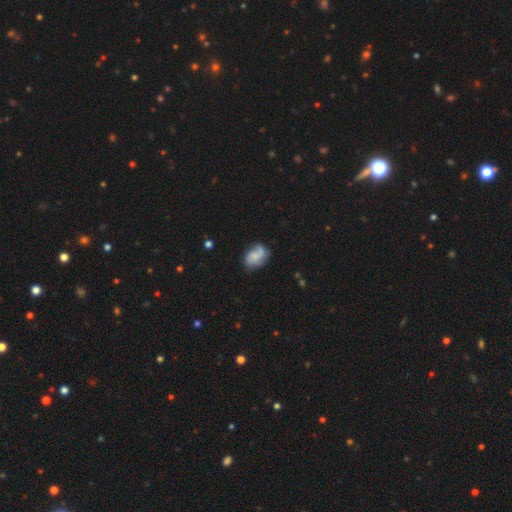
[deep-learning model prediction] smooth 46% (tied), featured or disk 46% (tied), star or artifact 8%. Down the decision tree: merging — none (49%).